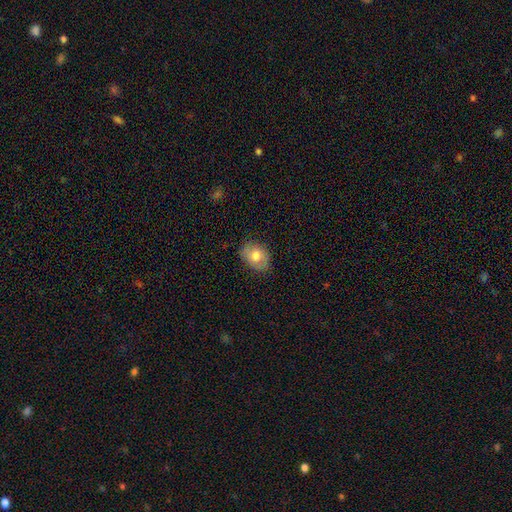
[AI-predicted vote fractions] Overall: smooth (68%). How rounded: in between (69%; round 30%). Merging: none (78%).